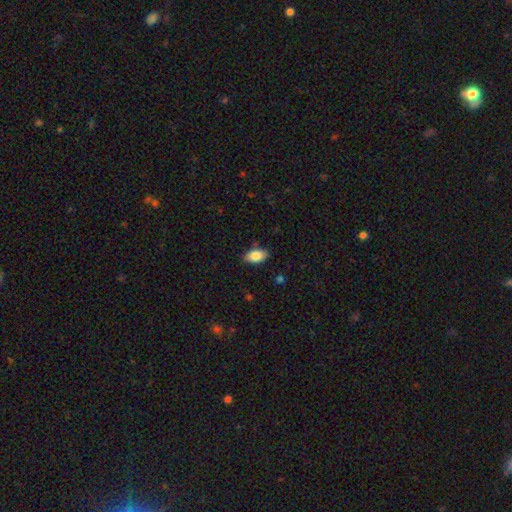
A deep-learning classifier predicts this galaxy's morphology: The model was most divided on "merging": none: 83%, minor disturbance: 13%, major disturbance: 2%, merger: 1%. More confident: how rounded — in between (92%); smooth or featured — smooth (85%).